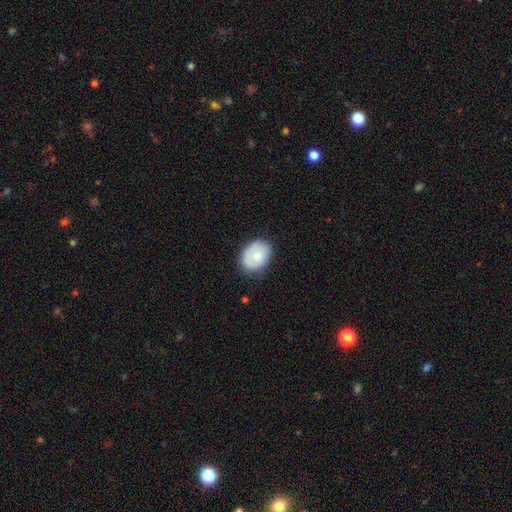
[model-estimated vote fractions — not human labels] Smooth or featured: smooth — 74% (featured or disk — 19%)
How rounded: in between — 70% (round — 29%)
Merging: none — 75% (minor disturbance — 19%)